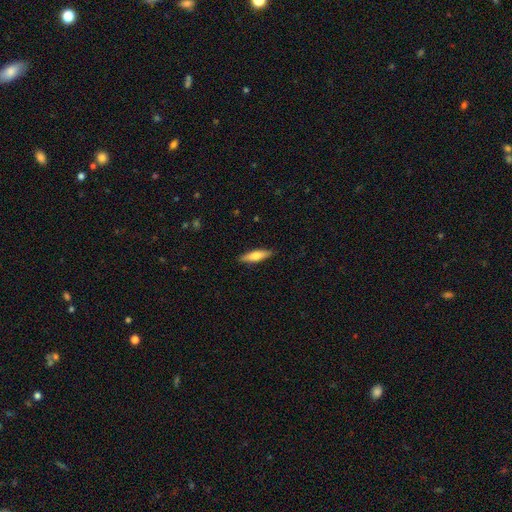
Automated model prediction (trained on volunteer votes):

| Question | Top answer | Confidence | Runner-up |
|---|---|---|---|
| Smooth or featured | smooth | 64% | featured or disk (30%) |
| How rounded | cigar-shaped | 65% | in between (33%) |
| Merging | none | 89% | minor disturbance (8%) |